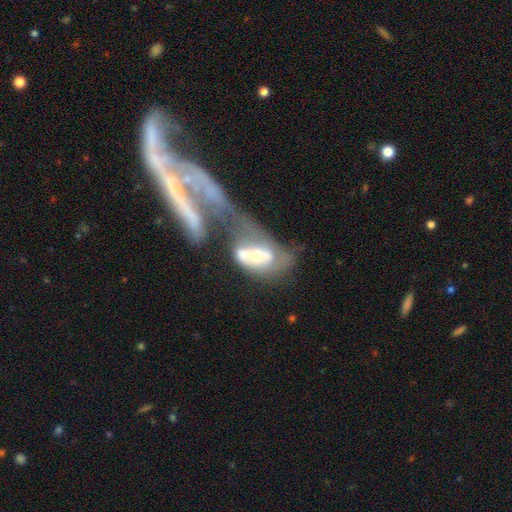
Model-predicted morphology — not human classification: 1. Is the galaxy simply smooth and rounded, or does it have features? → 62% featured or disk, 30% smooth, 8% star or artifact.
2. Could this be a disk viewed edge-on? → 91% no, 9% yes.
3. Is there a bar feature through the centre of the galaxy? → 56% no, 25% weak, 19% strong.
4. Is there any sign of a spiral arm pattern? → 53% no, 47% yes.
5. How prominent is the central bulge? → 60% moderate, 19% large, 14% small, 4% none, 3% dominant.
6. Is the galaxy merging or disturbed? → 60% merger, 25% major disturbance, 8% none, 7% minor disturbance.